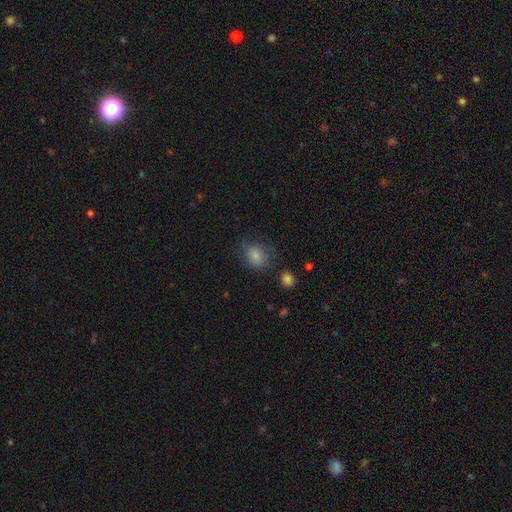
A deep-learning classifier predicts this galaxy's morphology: smooth 82%, star or artifact 10%, featured or disk 8%. Down the decision tree: how rounded — round (55%); merging — none (65%).